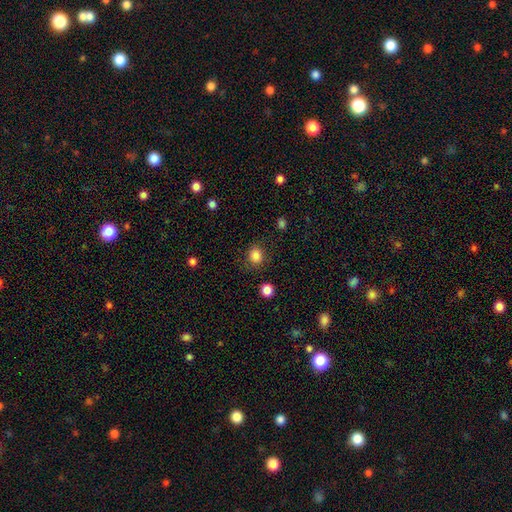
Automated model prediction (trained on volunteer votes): Smooth or featured? smooth (85%)
How rounded? round (71%)
Merging? none (80%)